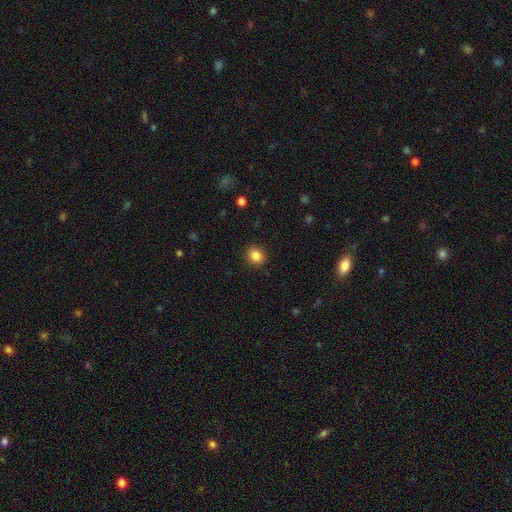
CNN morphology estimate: This is clearly a smooth galaxy (85%). How rounded: likely round (75%). Merging: clearly none (91%).